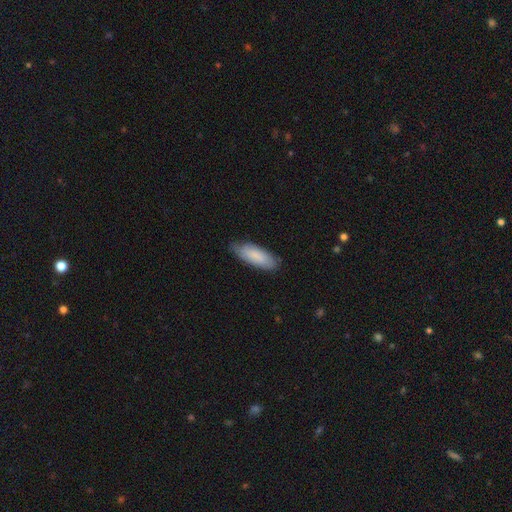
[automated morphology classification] A smooth galaxy with no disk features (83%) that is in between round and cigar-shaped (69%).

Vote fractions:
- Smooth or featured? smooth: 83% / featured or disk: 11% / star or artifact: 5%
- How rounded? in between: 69% / cigar-shaped: 29% / round: 1%
- Merging? none: 75% / minor disturbance: 20% / major disturbance: 3% / merger: 1%